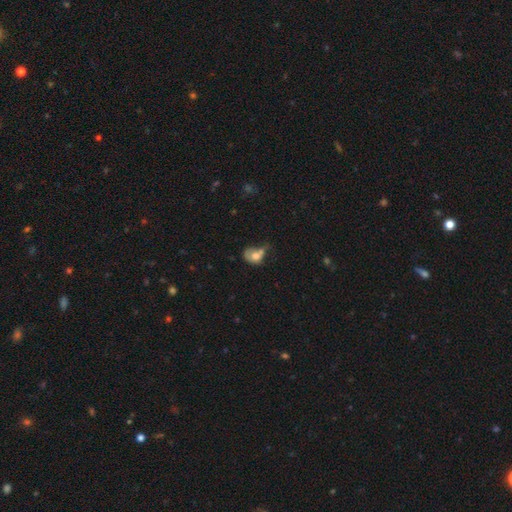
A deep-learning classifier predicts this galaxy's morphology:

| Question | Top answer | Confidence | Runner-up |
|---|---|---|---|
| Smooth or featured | smooth | 66% | featured or disk (24%) |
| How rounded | in between | 58% | round (40%) |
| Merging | major disturbance | 29% | merger (26%) |